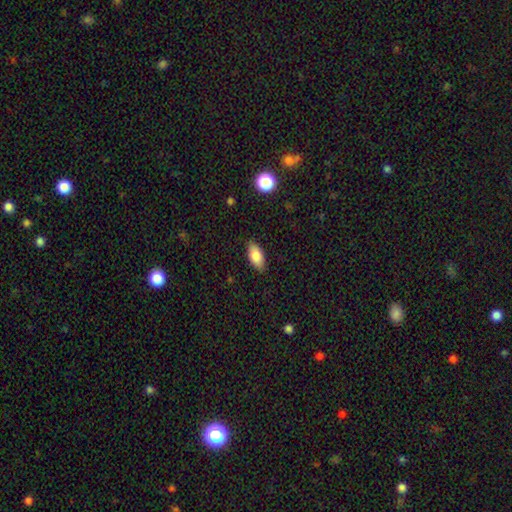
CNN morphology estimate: Overall: smooth (83%). How rounded: in between (90%). Merging: none (86%).